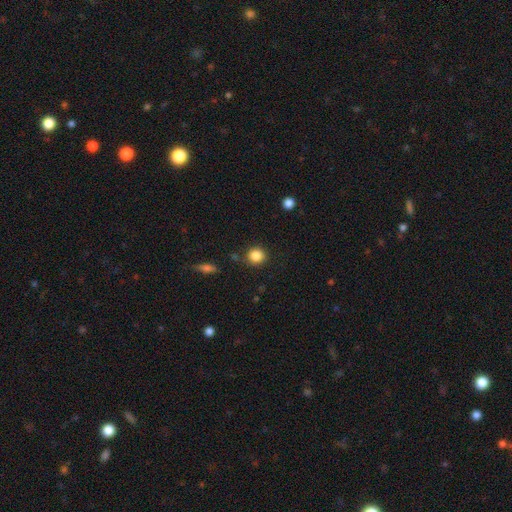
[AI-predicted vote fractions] Smooth or featured?
  - smooth: 85% *
  - star or artifact: 10%
  - featured or disk: 5%
How rounded?
  - round: 88% *
  - in between: 11%
  - cigar-shaped: 1%
Merging?
  - none: 85% *
  - minor disturbance: 9%
  - merger: 4%
  - major disturbance: 3%